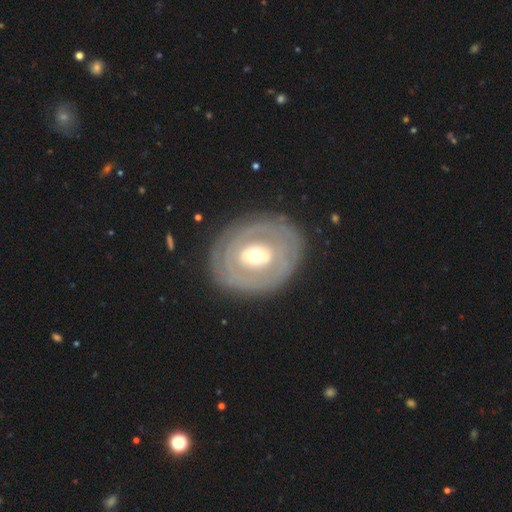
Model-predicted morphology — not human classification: Smooth or featured: featured or disk — 73% (smooth — 22%)
Edge-on disk: no — 95% (yes — 5%)
Bar: no — 48% (weak — 32%)
Spiral arms: no — 54% (yes — 46%)
Bulge size: moderate — 66% (small — 22%)
Merging: none — 81% (minor disturbance — 13%)